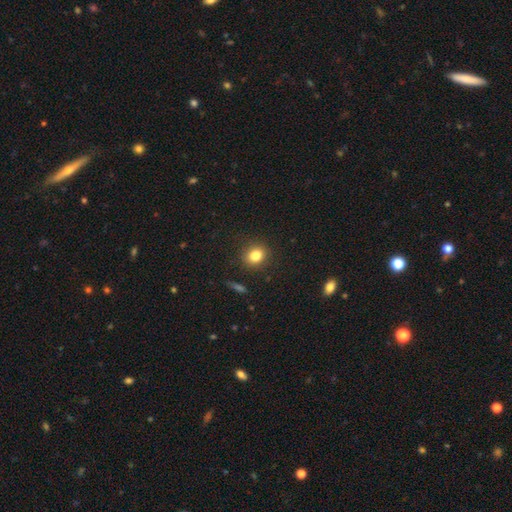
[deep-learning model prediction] smooth 82%, star or artifact 11%, featured or disk 7%. Down the decision tree: how rounded — round (72%); merging — none (89%).